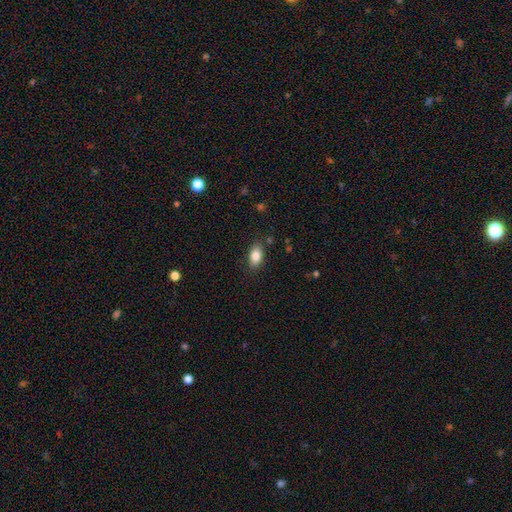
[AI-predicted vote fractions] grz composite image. It shows a smooth galaxy with no disk features (84%) that is in between round and cigar-shaped (90%). Merging: none (84%).